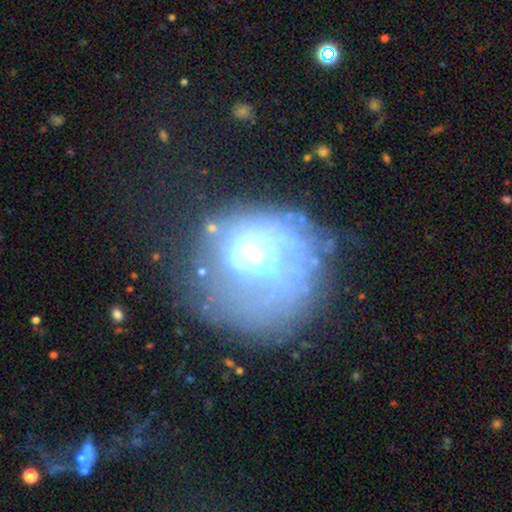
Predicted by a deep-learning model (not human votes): Morphology: type=featured or disk (58%); edge-on=no (91%); bar=no (44%); spiral arms=no (76%); bulge=large (30%, tied with moderate); merging=none (46%).